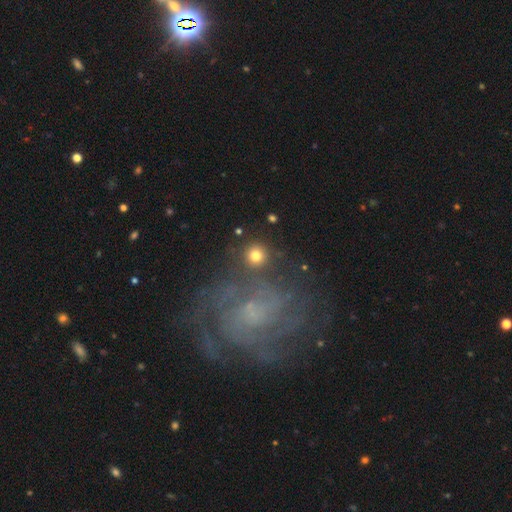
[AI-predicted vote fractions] A smooth galaxy with no disk features (79%) that is round (94%). Merging: none (82%).